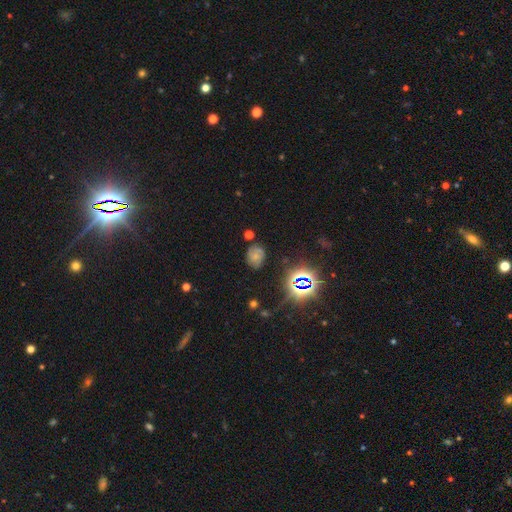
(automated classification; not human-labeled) smooth-or-featured: smooth: 41% | featured or disk: 33% | star or artifact: 26%
  merging: none: 71% | minor disturbance: 19% | major disturbance: 6% | merger: 4%